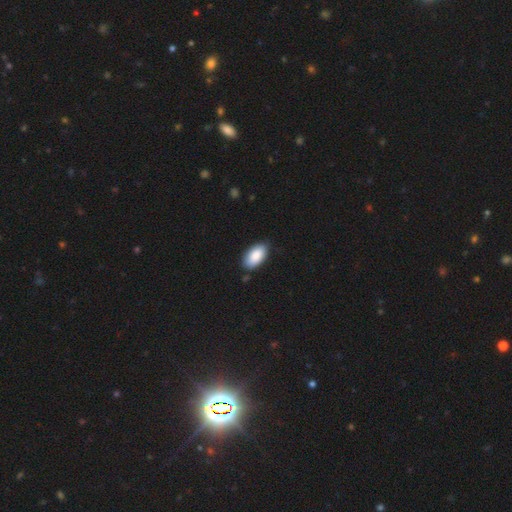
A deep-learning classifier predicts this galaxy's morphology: A smooth galaxy with no disk features (88%) that is in between round and cigar-shaped (95%). Merging: none (83%).